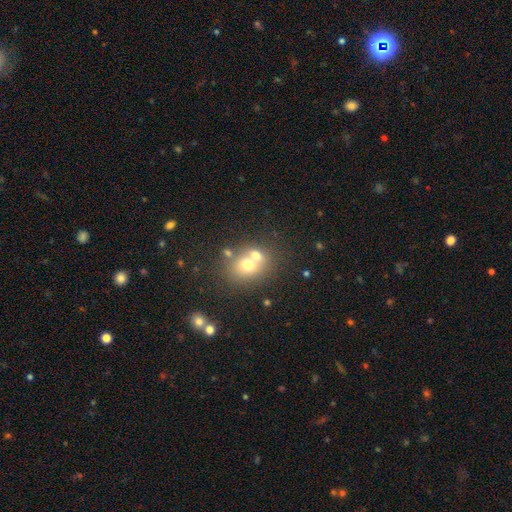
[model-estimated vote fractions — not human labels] Smooth or featured? Predicted: smooth (p=0.66). How rounded? Predicted: round (p=0.62). Merging? Predicted: merger (p=0.55).